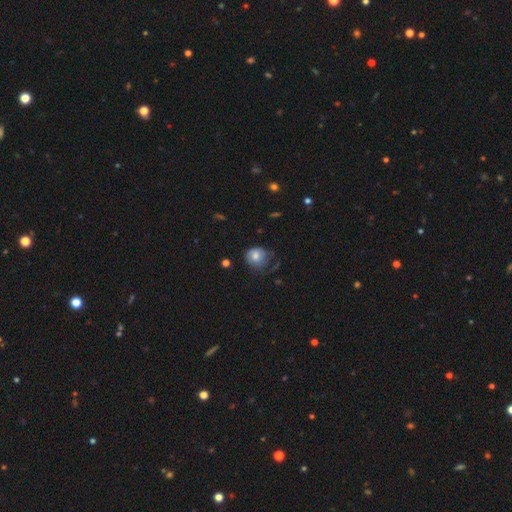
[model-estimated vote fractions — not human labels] A smooth galaxy with no disk features (67%) that is round (73%).

Vote fractions:
- Smooth or featured? smooth: 67% / featured or disk: 24% / star or artifact: 9%
- How rounded? round: 73% / in between: 26% / cigar-shaped: 1%
- Merging? none: 47% / minor disturbance: 31% / major disturbance: 20% / merger: 2%